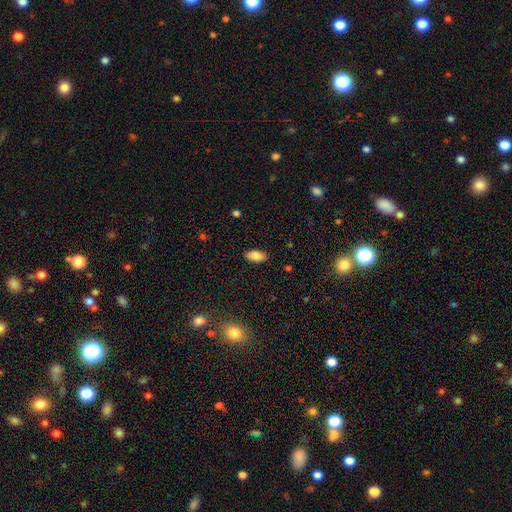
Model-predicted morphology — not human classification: smooth-or-featured: smooth: 84% | featured or disk: 8% | star or artifact: 8%
  how-rounded: in between: 90% | cigar-shaped: 7% | round: 3%
  merging: none: 88% | minor disturbance: 9% | major disturbance: 2% | merger: 1%